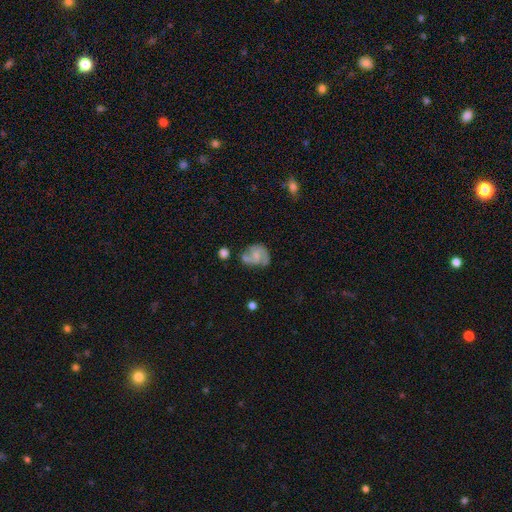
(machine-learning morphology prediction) smooth-or-featured: featured or disk: 67% | smooth: 25% | star or artifact: 8%
  disk-edge-on: no: 98% | yes: 2%
    bar: no: 62% | weak: 33% | strong: 6%
    has-spiral-arms: yes: 87% | no: 13%
      spiral-winding: medium: 49% | tight: 29% | loose: 23%
      spiral-arm-count: 2: 68% | can't tell: 13% | 3: 9% | 1: 7% | 4: 2% | more than 4: 2%
    bulge-size: small: 42% | moderate: 28% | none: 26% | large: 4% | dominant: 1%
  merging: none: 50% | minor disturbance: 24% | major disturbance: 15% | merger: 12%